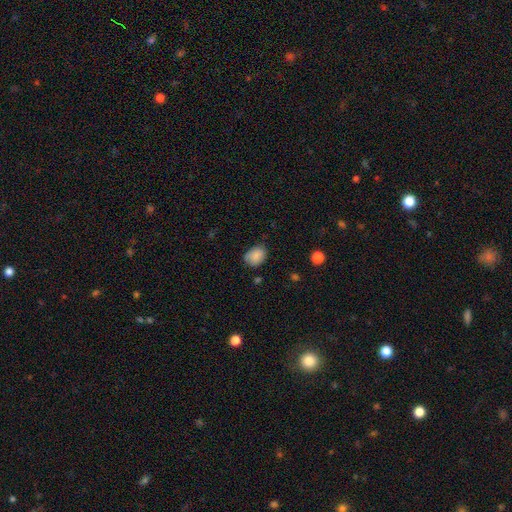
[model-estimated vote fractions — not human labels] smooth_or_featured: smooth (p=0.87) [alt: star or artifact p=0.08]
how_rounded: in between (p=0.68) [alt: round p=0.31]
merging: none (p=0.69) [alt: minor disturbance p=0.25]